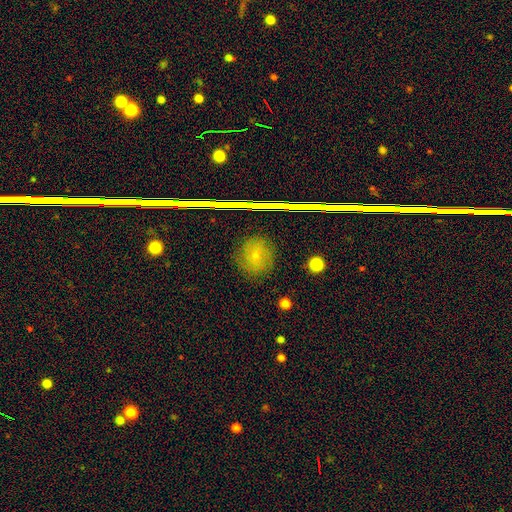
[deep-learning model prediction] Q: Smooth or featured?
A: smooth (58%); runner-up: featured or disk (22%)
Q: How rounded?
A: round (77%); runner-up: in between (21%)
Q: Merging?
A: none (85%); runner-up: minor disturbance (10%)